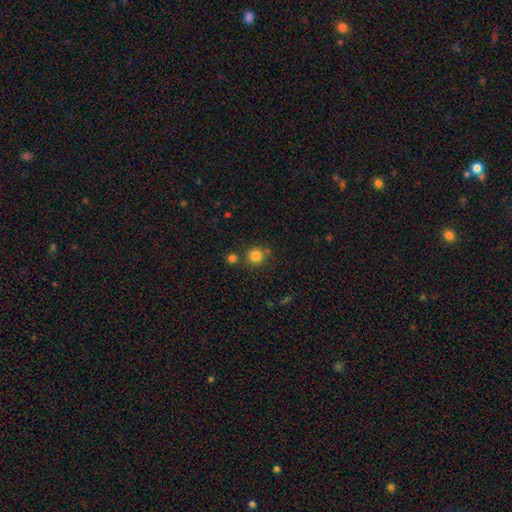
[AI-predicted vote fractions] smooth 82%, star or artifact 12%, featured or disk 5%. Down the decision tree: how rounded — round (93%); merging — none (75%).